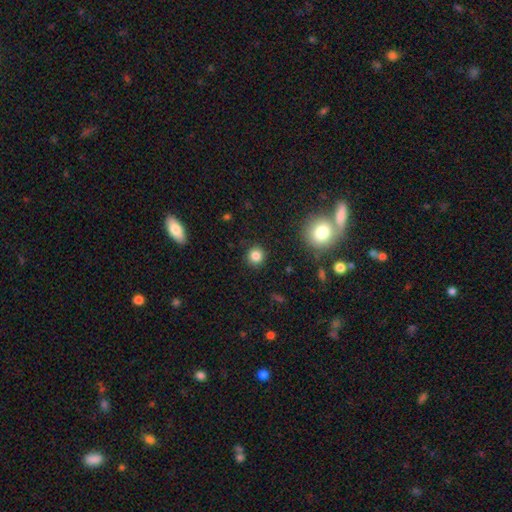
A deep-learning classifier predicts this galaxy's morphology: This appears to be a smooth galaxy with no disk features (83%) that is round (93%). Merging: none (90%).